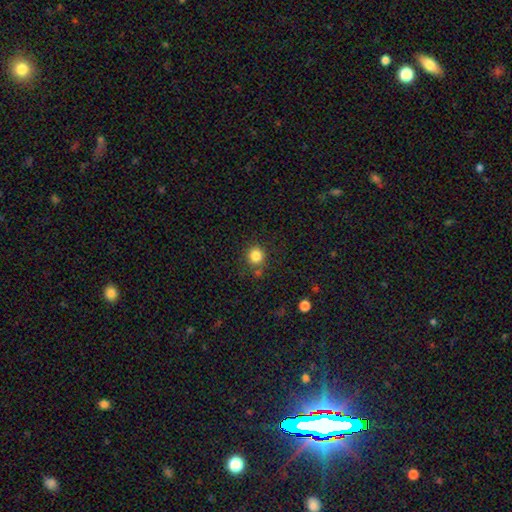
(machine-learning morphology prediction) A smooth galaxy with no disk features (84%) that is round (90%). Merging: none (79%).